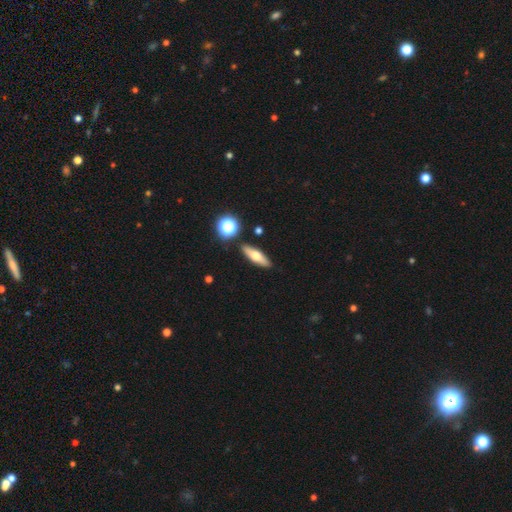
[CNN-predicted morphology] This is possibly a smooth galaxy (55%). How rounded: possibly cigar-shaped (51%). Merging: clearly none (87%).